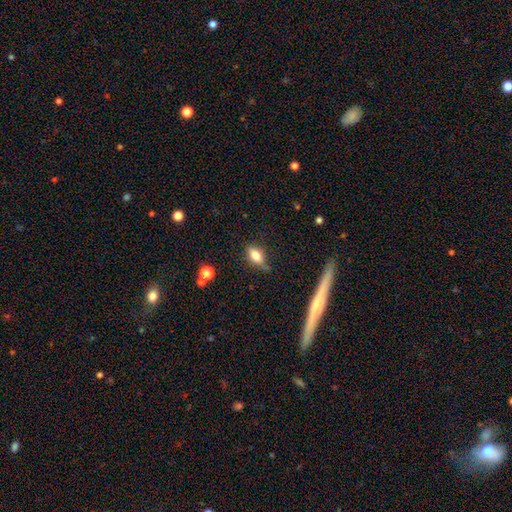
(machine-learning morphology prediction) Smooth or featured? smooth (73%)
How rounded? in between (81%)
Merging? none (62%)